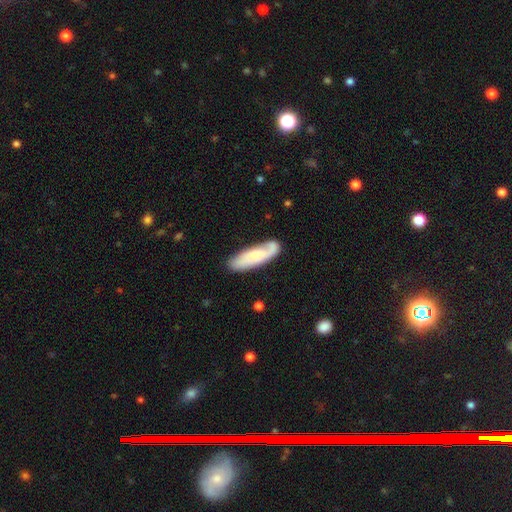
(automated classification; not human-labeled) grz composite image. It shows a smooth galaxy with no disk features (56%) that is in between round and cigar-shaped (53%). Merging: none (70%).